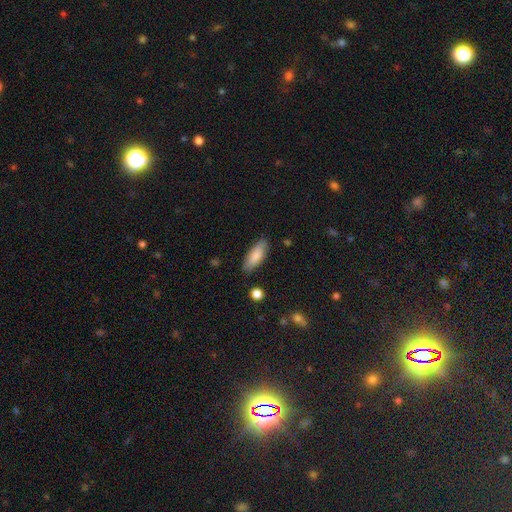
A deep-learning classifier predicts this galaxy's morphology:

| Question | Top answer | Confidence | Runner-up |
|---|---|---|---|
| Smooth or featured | smooth | 84% | featured or disk (10%) |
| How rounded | in between | 70% | cigar-shaped (29%) |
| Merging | none | 84% | minor disturbance (12%) |